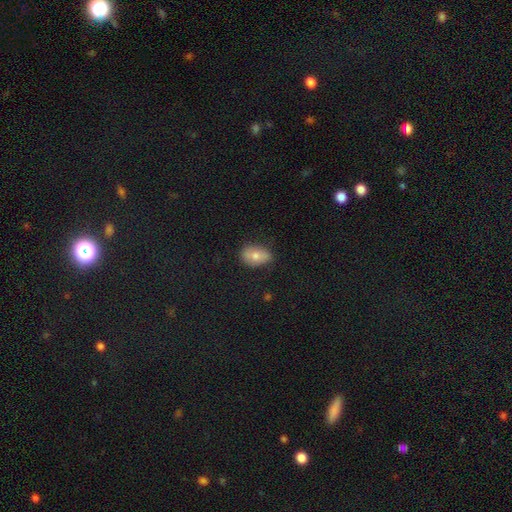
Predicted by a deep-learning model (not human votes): smooth-or-featured: smooth: 70% | featured or disk: 21% | star or artifact: 9%
  how-rounded: in between: 82% | round: 16% | cigar-shaped: 2%
  merging: none: 70% | minor disturbance: 24% | major disturbance: 5% | merger: 1%